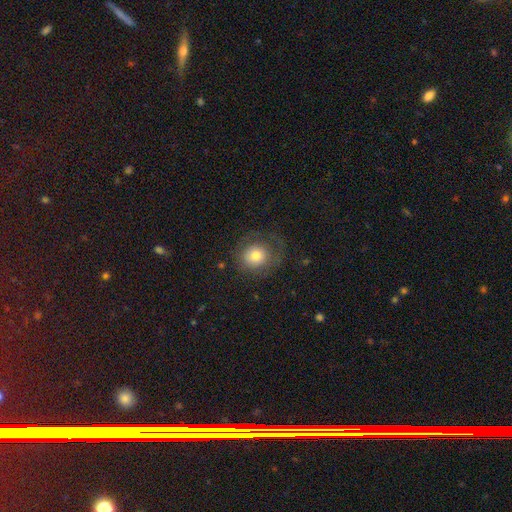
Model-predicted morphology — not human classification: A smooth galaxy with no disk features (70%) that is round (81%). Merging: none (65%).